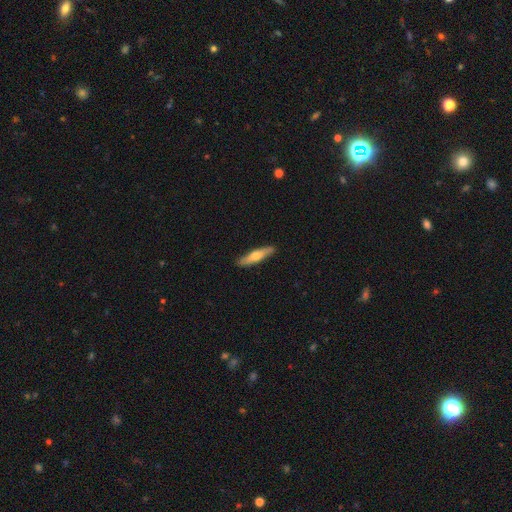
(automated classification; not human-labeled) Overall: smooth (54%; featured or disk 41%). How rounded: cigar-shaped (82%). Merging: none (89%).